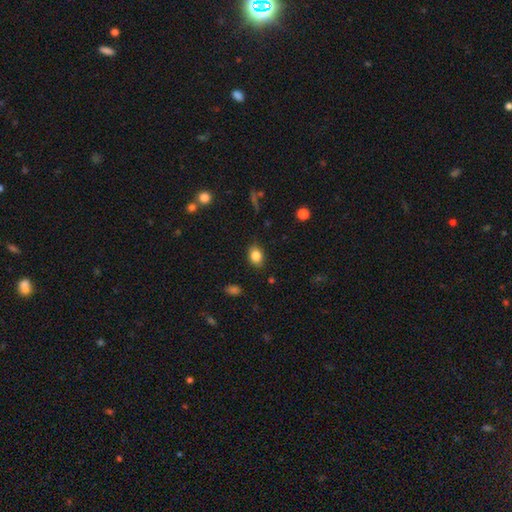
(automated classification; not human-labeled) Smooth or featured? Predicted: smooth (p=0.84). How rounded? Predicted: in between (p=0.72). Merging? Predicted: none (p=0.84).